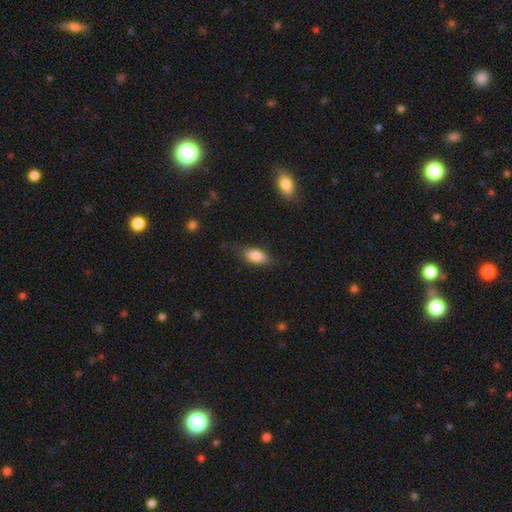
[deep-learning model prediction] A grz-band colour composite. It shows a smooth galaxy with no disk features (83%) that is in between round and cigar-shaped (86%). Merging: none (74%).